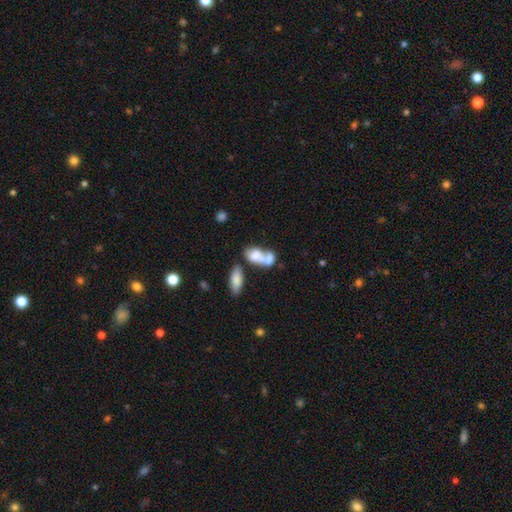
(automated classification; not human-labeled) This appears to be a smooth galaxy with no disk features (65%) that is in between round and cigar-shaped (85%). Merging: merger (63%).